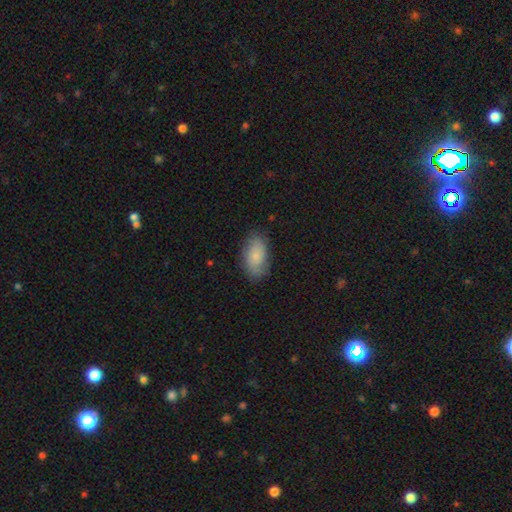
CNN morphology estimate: Smooth or featured? smooth (73%)
How rounded? in between (92%)
Merging? none (78%)